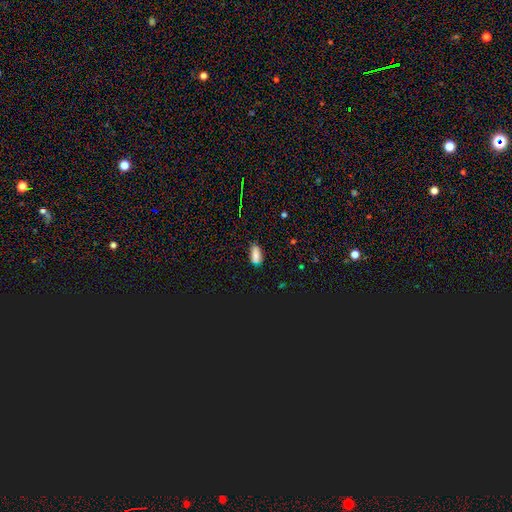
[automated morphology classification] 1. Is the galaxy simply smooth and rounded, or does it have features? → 75% smooth, 17% star or artifact, 7% featured or disk.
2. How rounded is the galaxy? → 86% in between, 9% cigar-shaped, 5% round.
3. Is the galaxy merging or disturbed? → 72% none, 20% minor disturbance, 5% major disturbance, 3% merger.